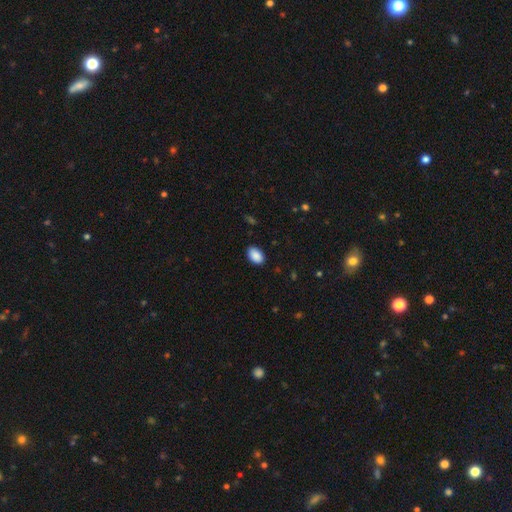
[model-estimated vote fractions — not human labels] Morphology: type=smooth (90%); roundness=in between (90%); merging=none (87%).